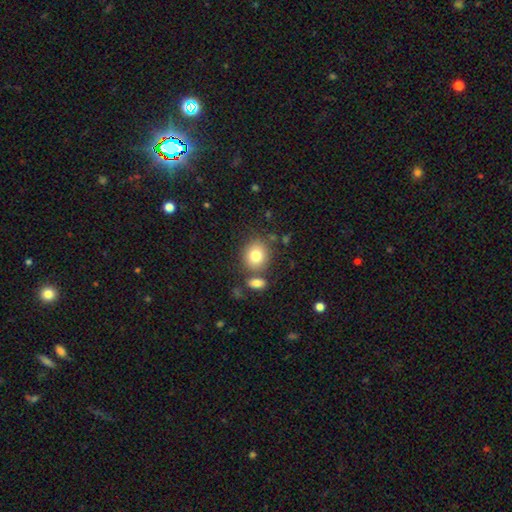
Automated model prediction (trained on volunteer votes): A smooth galaxy with no disk features (81%) that is round (74%).

Vote fractions:
- Smooth or featured? smooth: 81% / featured or disk: 10% / star or artifact: 10%
- How rounded? round: 74% / in between: 25% / cigar-shaped: 1%
- Merging? none: 70% / merger: 15% / minor disturbance: 11% / major disturbance: 4%